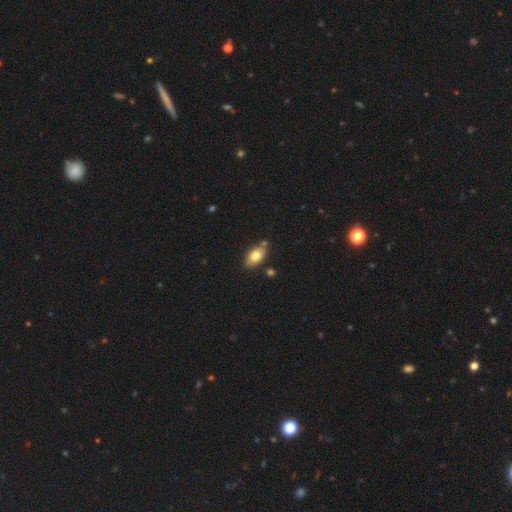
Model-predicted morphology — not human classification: Smooth or featured? smooth (76%)
How rounded? in between (89%)
Merging? none (76%)